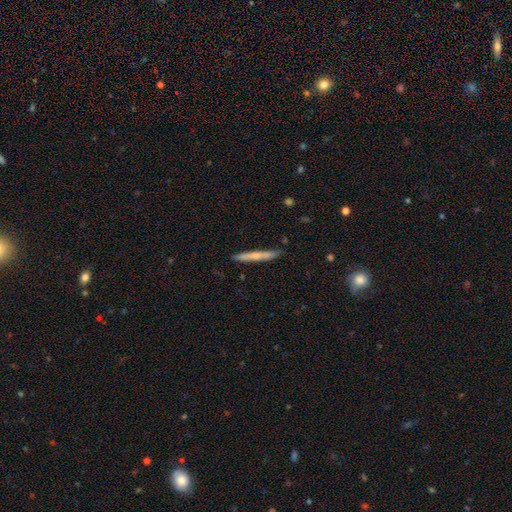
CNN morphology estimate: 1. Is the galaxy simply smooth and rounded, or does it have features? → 57% smooth, 37% featured or disk, 6% star or artifact.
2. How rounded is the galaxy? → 96% cigar-shaped, 2% in between, 1% round.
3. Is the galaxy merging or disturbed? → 88% none, 9% minor disturbance, 2% major disturbance, 1% merger.